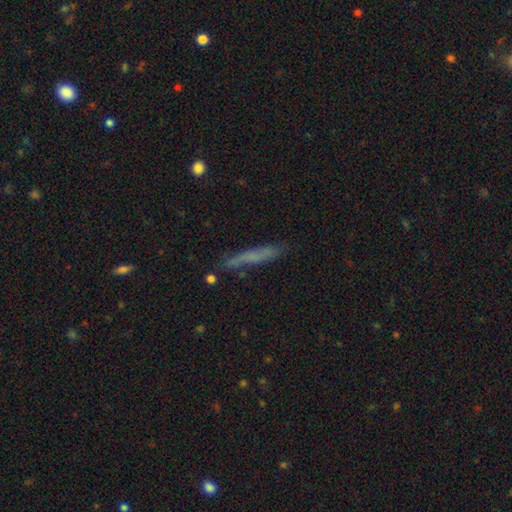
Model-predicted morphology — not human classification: smooth_or_featured: smooth (p=0.60) [alt: featured or disk p=0.31]
how_rounded: cigar-shaped (p=0.93) [alt: in between p=0.06]
merging: none (p=0.71) [alt: minor disturbance p=0.20]